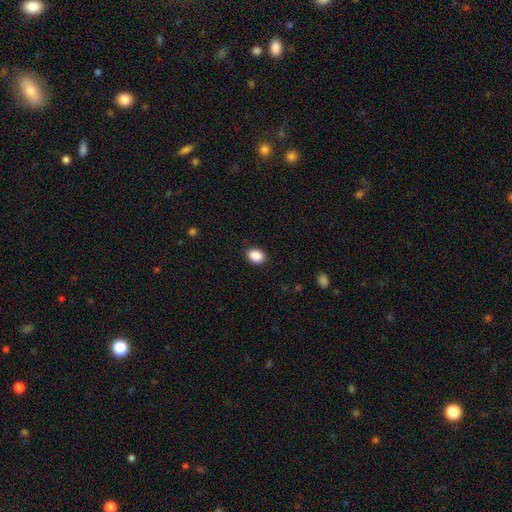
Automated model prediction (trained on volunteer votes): smooth 89%, star or artifact 8%, featured or disk 3%. Down the decision tree: how rounded — in between (63%); merging — none (89%).